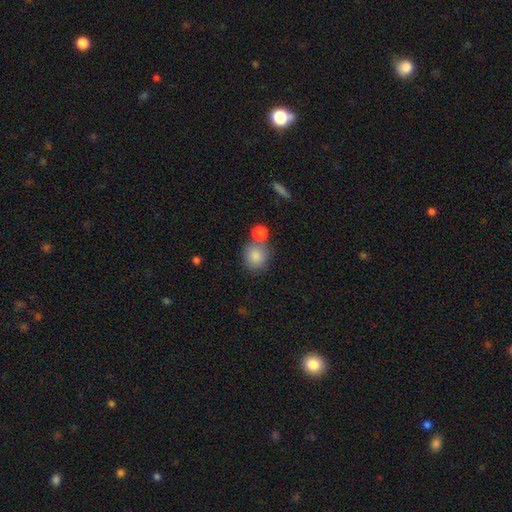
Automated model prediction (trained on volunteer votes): Smooth or featured: smooth — 85% (star or artifact — 8%)
How rounded: round — 80% (in between — 19%)
Merging: none — 57% (merger — 27%)